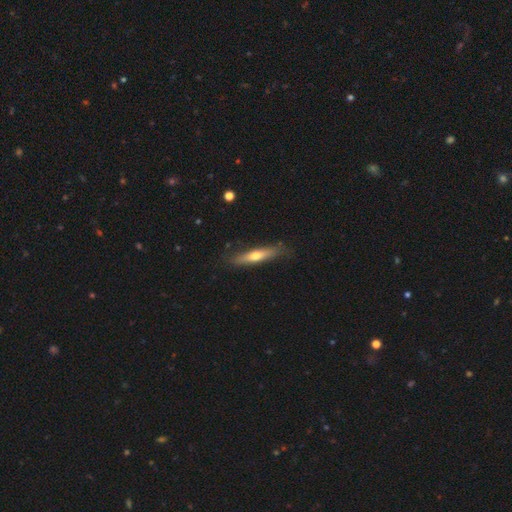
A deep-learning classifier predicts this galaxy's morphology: Smooth or featured: smooth — 54% (featured or disk — 40%)
How rounded: cigar-shaped — 82% (in between — 16%)
Merging: none — 82% (minor disturbance — 14%)